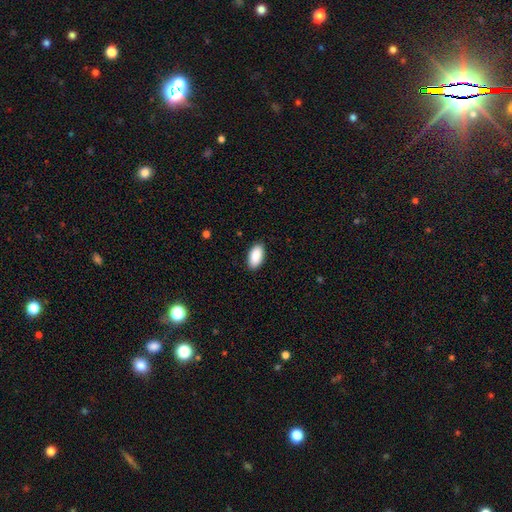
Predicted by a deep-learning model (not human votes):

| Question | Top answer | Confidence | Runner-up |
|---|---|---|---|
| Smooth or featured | smooth | 91% | star or artifact (6%) |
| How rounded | in between | 95% | cigar-shaped (3%) |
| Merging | none | 89% | minor disturbance (9%) |